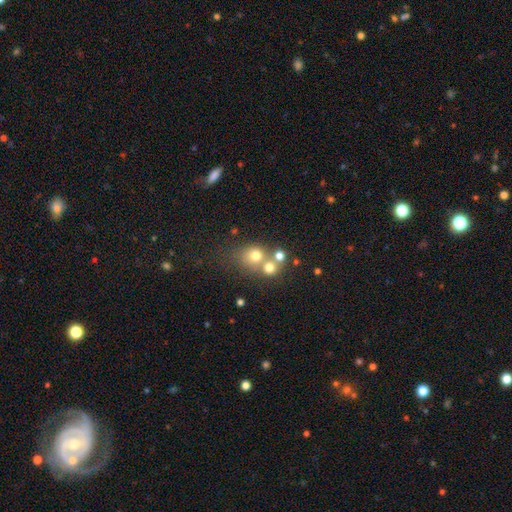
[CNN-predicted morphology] This appears to be a smooth galaxy with no disk features (68%) that is round (76%). Merging: merger (44%).